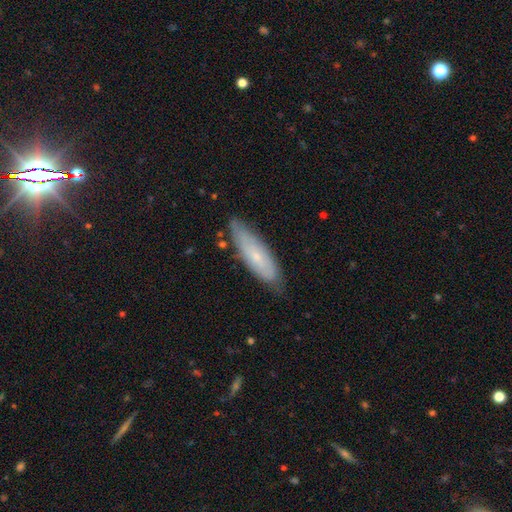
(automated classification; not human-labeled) Smooth or featured: smooth — 53% (featured or disk — 40%)
How rounded: cigar-shaped — 58% (in between — 40%)
Merging: none — 76% (minor disturbance — 19%)